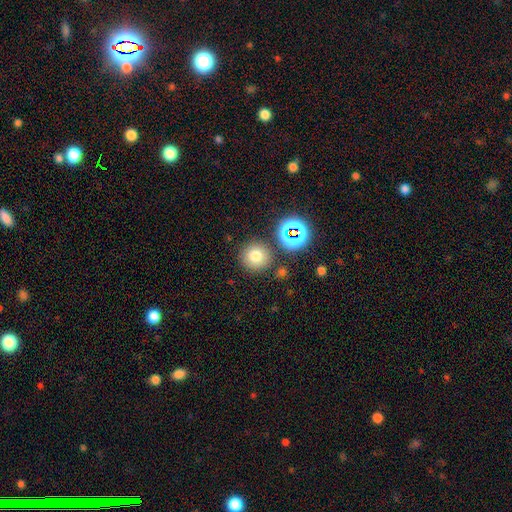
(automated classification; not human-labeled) smooth 72%, star or artifact 18%, featured or disk 10%. Down the decision tree: how rounded — round (94%); merging — none (83%).